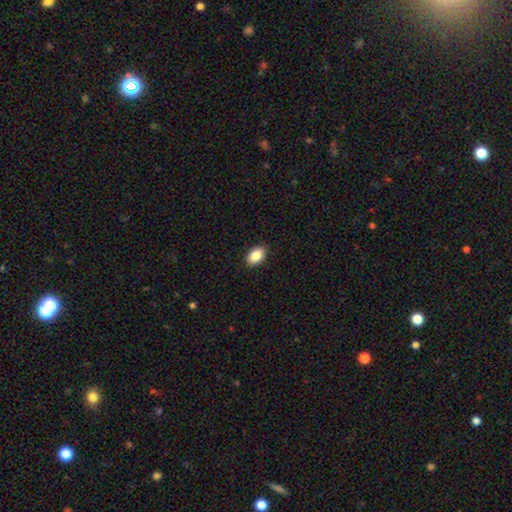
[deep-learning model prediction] smooth 87%, star or artifact 7%, featured or disk 6%. Down the decision tree: how rounded — in between (92%); merging — none (90%).